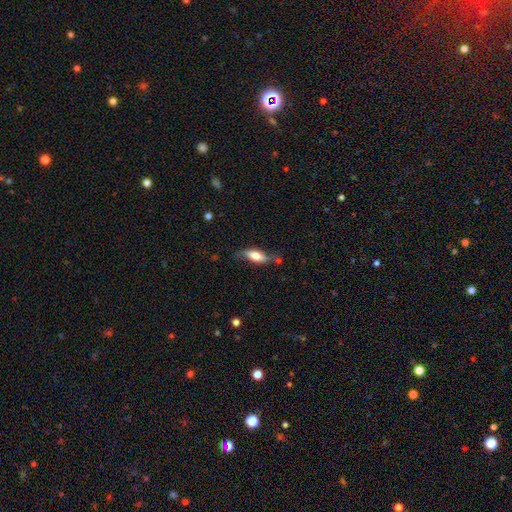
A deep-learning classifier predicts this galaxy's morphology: This appears to be a smooth galaxy with no disk features (67%) that is in between round and cigar-shaped (71%). Merging: none (57%).